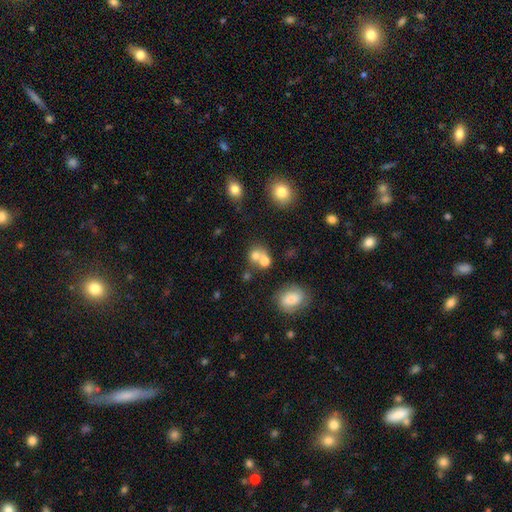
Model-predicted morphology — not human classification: Smooth or featured: smooth — 69% (featured or disk — 19%)
How rounded: round — 73% (in between — 26%)
Merging: merger — 55% (none — 33%)